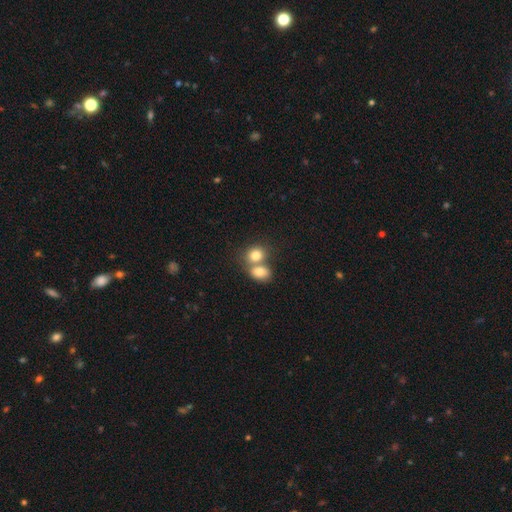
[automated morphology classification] Q: Smooth or featured?
A: smooth (80%); runner-up: featured or disk (10%)
Q: How rounded?
A: round (57%); runner-up: in between (42%)
Q: Merging?
A: merger (57%); runner-up: none (34%)